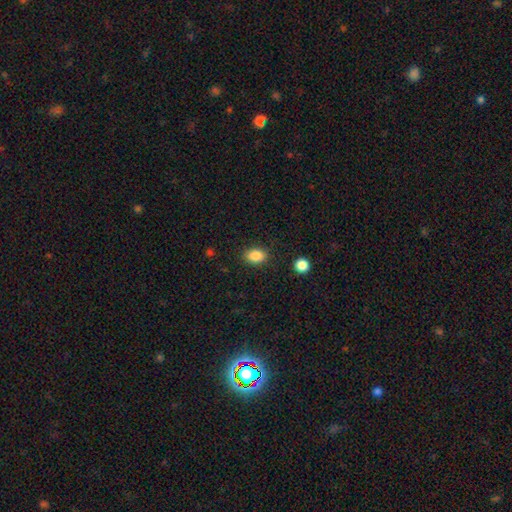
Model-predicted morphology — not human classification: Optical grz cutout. It shows a smooth galaxy with no disk features (86%) that is in between round and cigar-shaped (76%). Merging: none (86%).